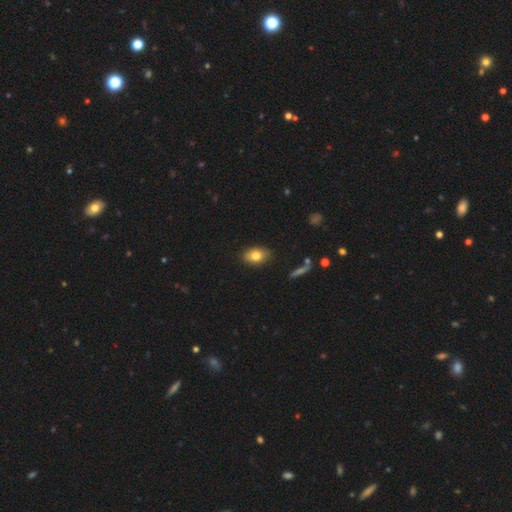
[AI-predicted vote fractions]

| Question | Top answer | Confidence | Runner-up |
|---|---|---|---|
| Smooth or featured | smooth | 79% | featured or disk (12%) |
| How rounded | in between | 82% | round (16%) |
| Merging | none | 86% | minor disturbance (10%) |